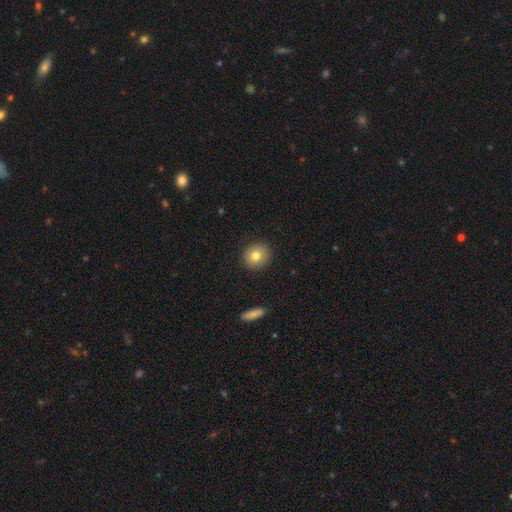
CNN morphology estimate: smooth-or-featured: smooth: 79% | featured or disk: 11% | star or artifact: 9%
  how-rounded: round: 85% | in between: 14% | cigar-shaped: 1%
  merging: none: 90% | minor disturbance: 7% | major disturbance: 2% | merger: 1%